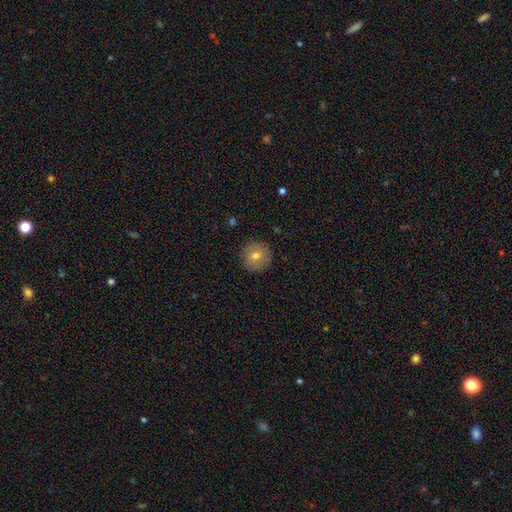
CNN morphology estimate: This appears to be a smooth galaxy with no disk features (73%) that is round (95%). Merging: none (90%).